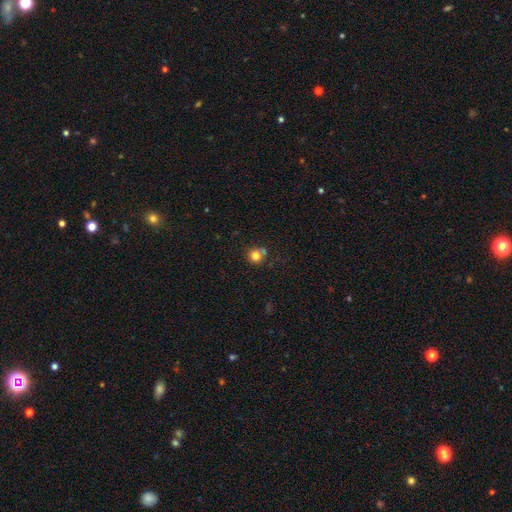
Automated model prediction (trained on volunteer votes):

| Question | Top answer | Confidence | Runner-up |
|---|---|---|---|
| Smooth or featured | smooth | 79% | star or artifact (12%) |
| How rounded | round | 87% | in between (12%) |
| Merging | none | 62% | merger (17%) |